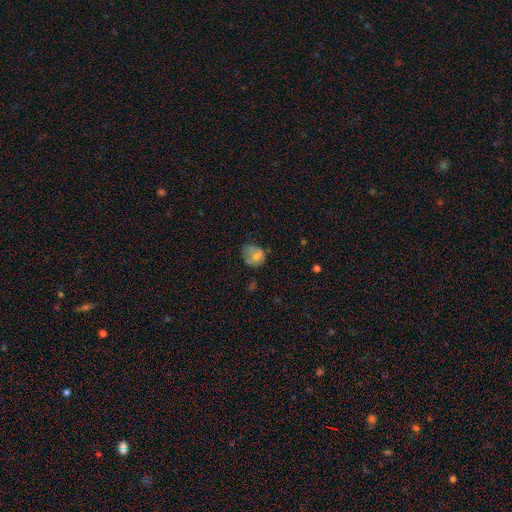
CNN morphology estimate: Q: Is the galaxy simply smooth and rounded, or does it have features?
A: smooth — 68%.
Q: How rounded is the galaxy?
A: round — 60%.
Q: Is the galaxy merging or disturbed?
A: none — 42%.